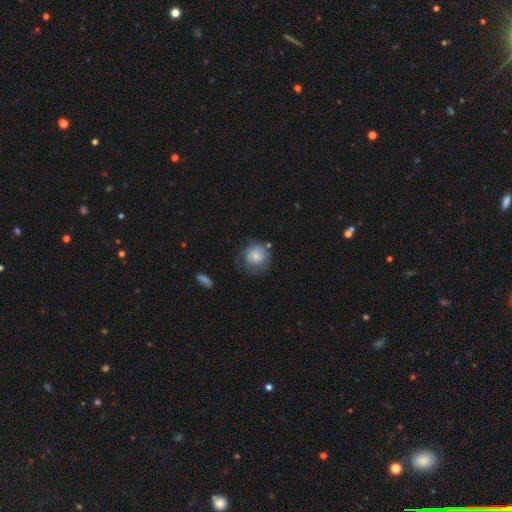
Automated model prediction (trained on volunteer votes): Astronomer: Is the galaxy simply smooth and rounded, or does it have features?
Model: smooth — 58% (runner-up: featured or disk, 34%).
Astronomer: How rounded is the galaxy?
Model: round — 85%.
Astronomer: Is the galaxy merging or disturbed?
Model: none — 62%.